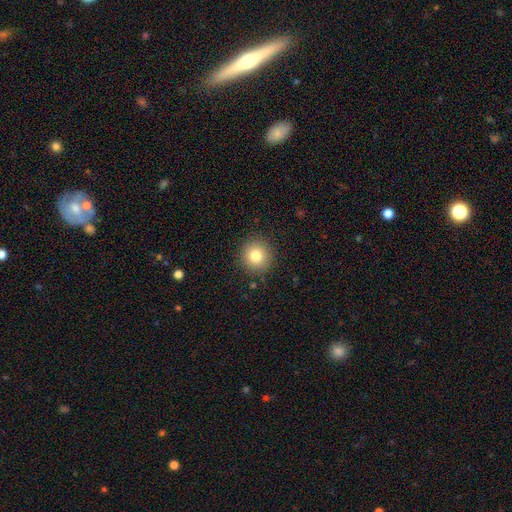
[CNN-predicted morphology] A smooth galaxy with no disk features (81%) that is round (93%).

Vote fractions:
- Smooth or featured? smooth: 81% / star or artifact: 11% / featured or disk: 8%
- How rounded? round: 93% / in between: 6% / cigar-shaped: 1%
- Merging? none: 90% / minor disturbance: 7% / major disturbance: 2% / merger: 1%